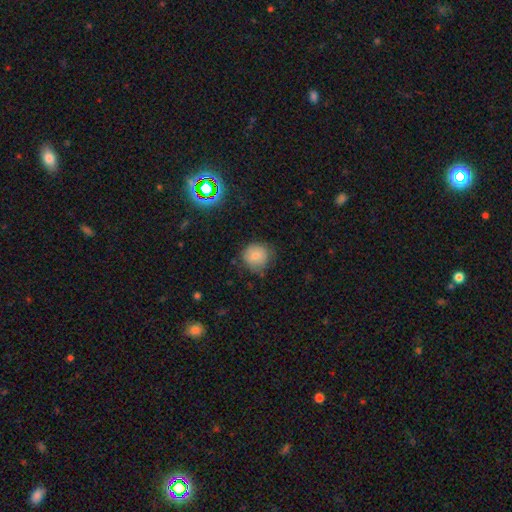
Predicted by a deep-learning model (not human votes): Overall: smooth (76%). How rounded: round (87%). Merging: none (71%).